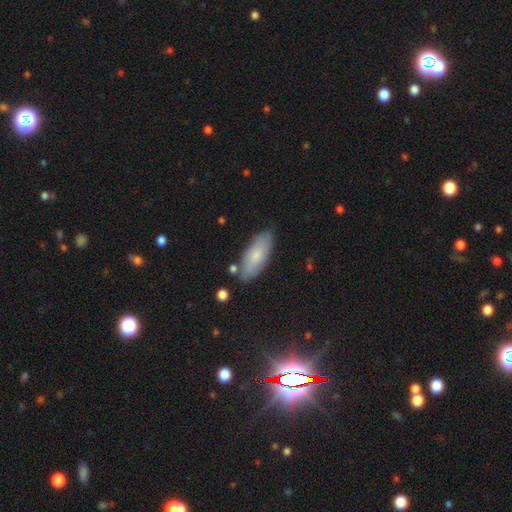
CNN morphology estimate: Overall: smooth (75%). How rounded: in between (79%). Merging: none (79%).